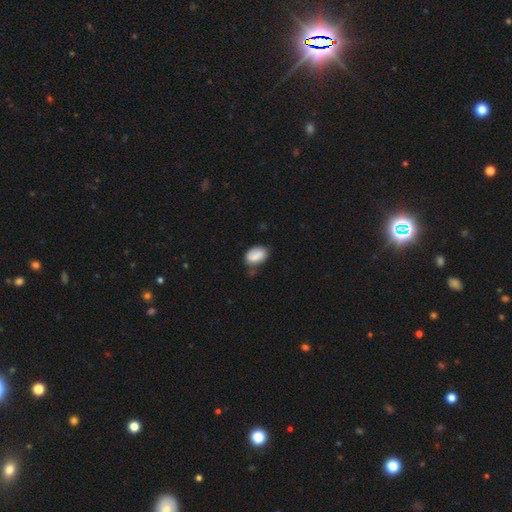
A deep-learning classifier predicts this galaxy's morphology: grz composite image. It shows a smooth galaxy with no disk features (80%) that is in between round and cigar-shaped (88%). Merging: none (58%).